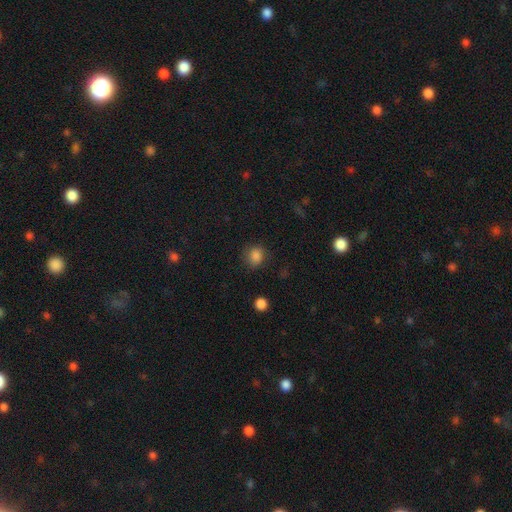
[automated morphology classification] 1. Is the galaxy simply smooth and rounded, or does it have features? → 84% smooth, 12% star or artifact, 4% featured or disk.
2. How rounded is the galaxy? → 79% round, 20% in between, 1% cigar-shaped.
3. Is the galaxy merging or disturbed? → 79% none, 15% minor disturbance, 5% major disturbance, 2% merger.